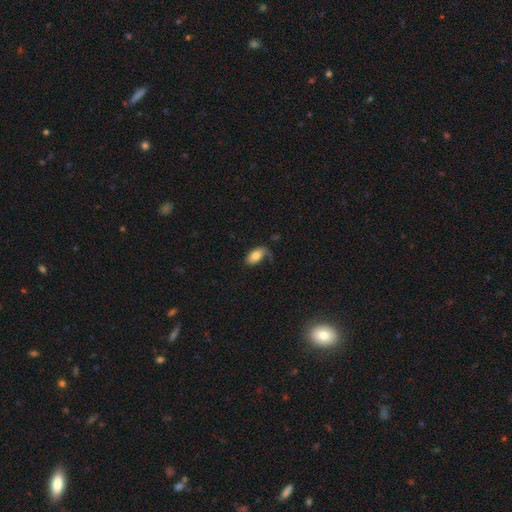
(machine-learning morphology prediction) Q: Smooth or featured?
A: smooth (76%); runner-up: featured or disk (16%)
Q: How rounded?
A: in between (92%); runner-up: round (5%)
Q: Merging?
A: none (55%); runner-up: minor disturbance (27%)